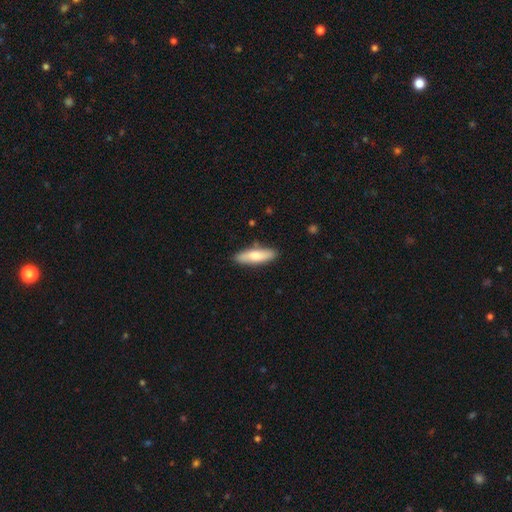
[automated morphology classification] type=smooth (73%); roundness=cigar-shaped (62%); merging=none (86%).